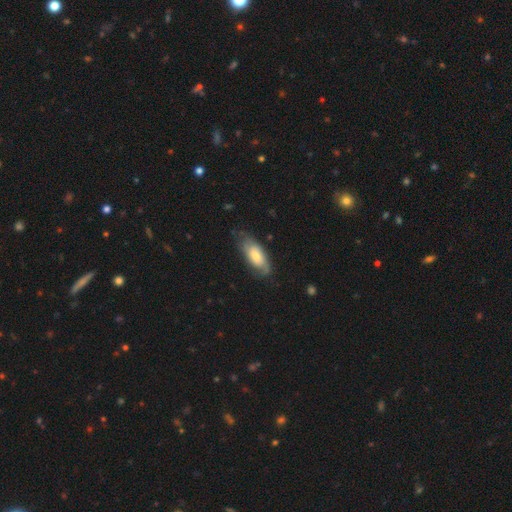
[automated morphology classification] smooth_or_featured: smooth (p=0.53) [alt: featured or disk p=0.41]
how_rounded: in between (p=0.83) [alt: cigar-shaped p=0.15]
merging: none (p=0.63) [alt: minor disturbance p=0.27]